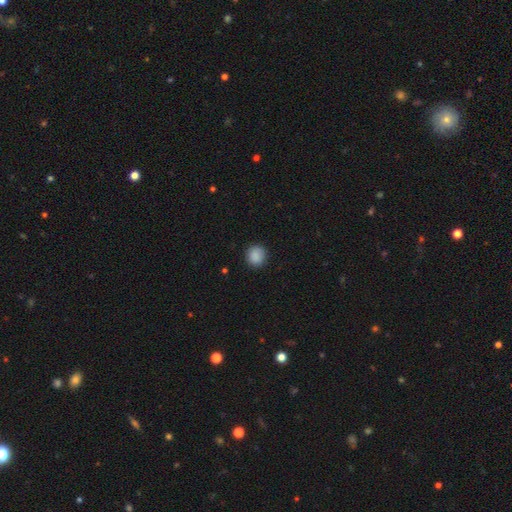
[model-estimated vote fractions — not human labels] This appears to be a smooth galaxy with no disk features (89%) that is round (84%). Merging: none (88%).